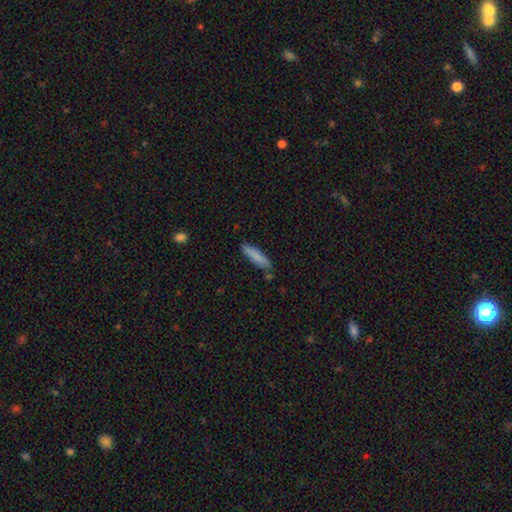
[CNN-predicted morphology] A smooth galaxy with no disk features (82%) that is cigar-shaped (77%).

Vote fractions:
- Smooth or featured? smooth: 82% / featured or disk: 12% / star or artifact: 6%
- How rounded? cigar-shaped: 77% / in between: 22% / round: 1%
- Merging? none: 79% / minor disturbance: 14% / merger: 4% / major disturbance: 3%